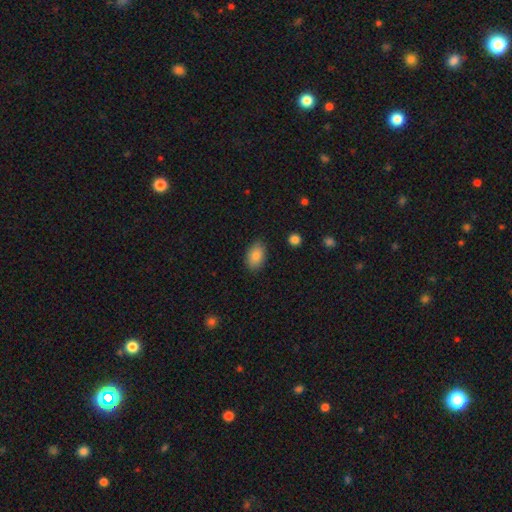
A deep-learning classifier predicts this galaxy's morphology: This appears to be a smooth galaxy with no disk features (85%) that is in between round and cigar-shaped (88%). Merging: none (84%).